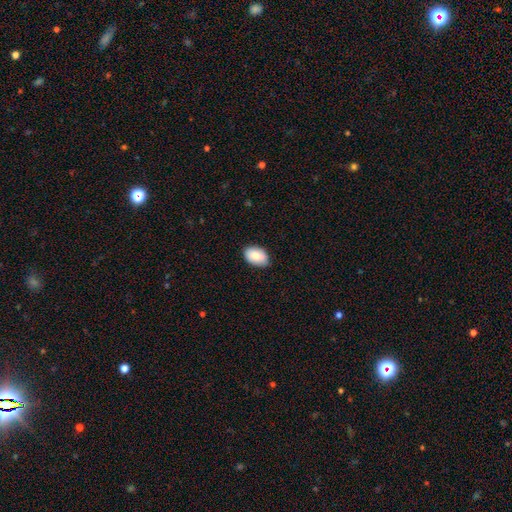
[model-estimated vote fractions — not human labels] Smooth or featured? smooth (84%)
How rounded? in between (89%)
Merging? none (82%)